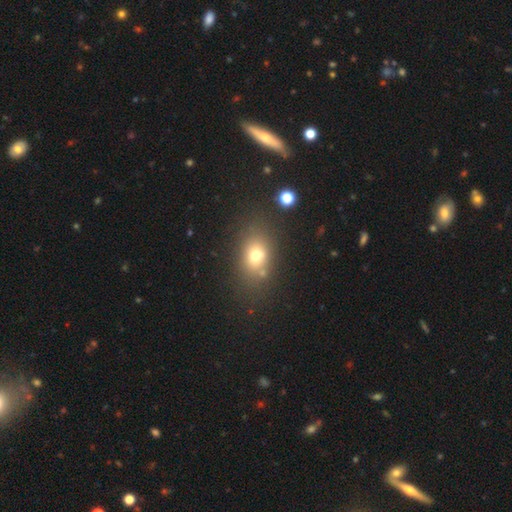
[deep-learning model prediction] Smooth or featured?
  - smooth: 70% *
  - star or artifact: 15%
  - featured or disk: 14%
How rounded?
  - in between: 62% *
  - round: 37%
  - cigar-shaped: 2%
Merging?
  - none: 72% *
  - minor disturbance: 14%
  - merger: 8%
  - major disturbance: 6%